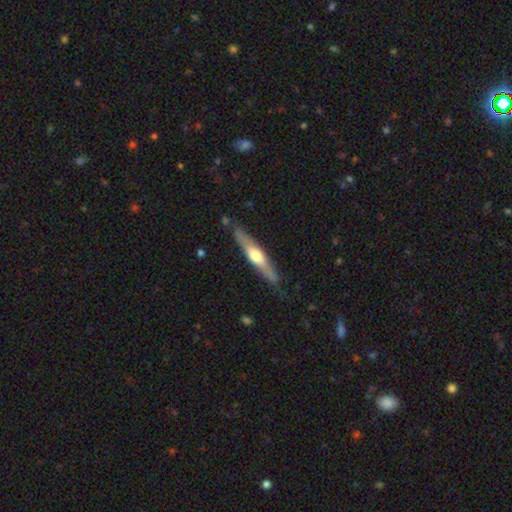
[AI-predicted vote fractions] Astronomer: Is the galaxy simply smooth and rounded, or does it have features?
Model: featured or disk — 58% (runner-up: smooth, 37%).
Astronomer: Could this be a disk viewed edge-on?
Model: yes — 89%.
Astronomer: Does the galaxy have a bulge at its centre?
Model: rounded — 80%.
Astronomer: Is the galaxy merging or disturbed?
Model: none — 82%.